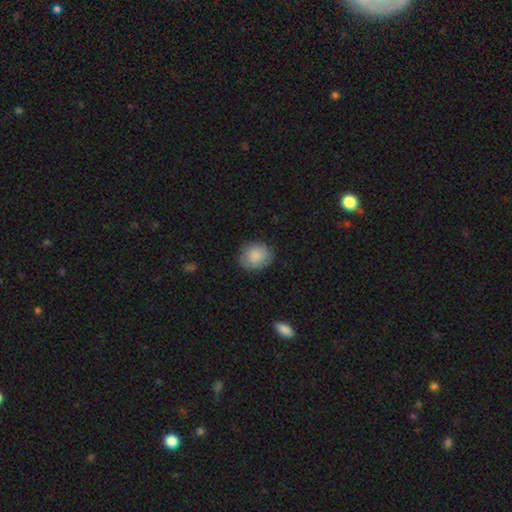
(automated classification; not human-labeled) A smooth galaxy with no disk features (85%) that is round (65%).

Vote fractions:
- Smooth or featured? smooth: 85% / featured or disk: 8% / star or artifact: 7%
- How rounded? round: 65% / in between: 34% / cigar-shaped: 1%
- Merging? none: 82% / minor disturbance: 14% / major disturbance: 3% / merger: 1%